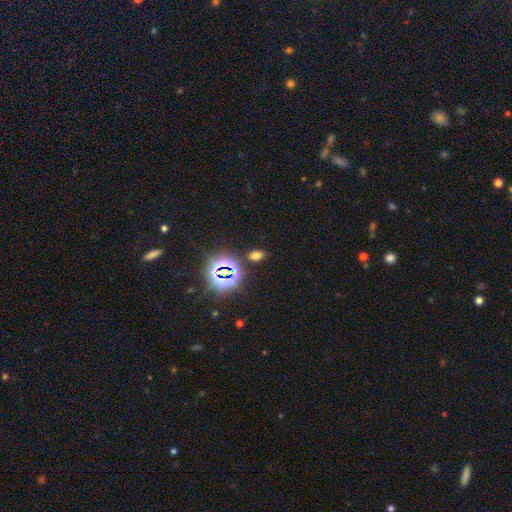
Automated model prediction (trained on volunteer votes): The model was most divided on "smooth or featured": smooth: 61%, star or artifact: 32%, featured or disk: 7%. More confident: merging — none (84%); how rounded — in between (83%).